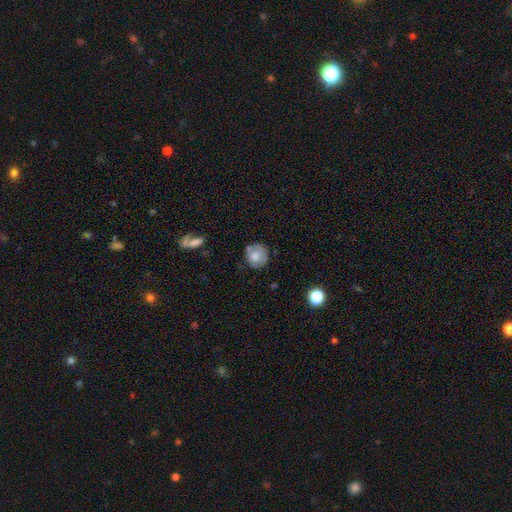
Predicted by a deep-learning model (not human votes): Smooth or featured: smooth — 66% (featured or disk — 25%)
How rounded: round — 81% (in between — 18%)
Merging: none — 64% (minor disturbance — 22%)